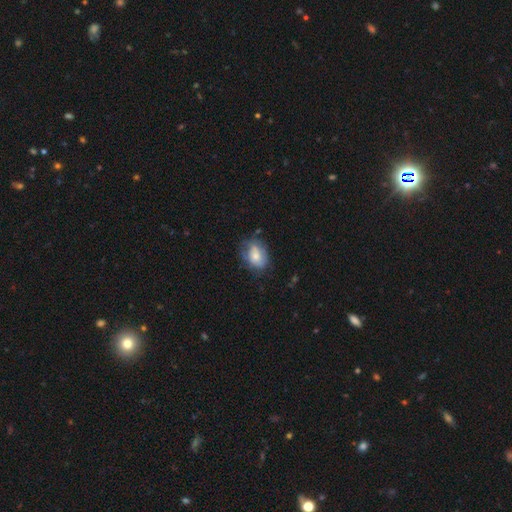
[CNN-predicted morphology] Q: Smooth or featured?
A: smooth (61%); runner-up: featured or disk (31%)
Q: How rounded?
A: in between (75%); runner-up: round (24%)
Q: Merging?
A: none (56%); runner-up: minor disturbance (30%)